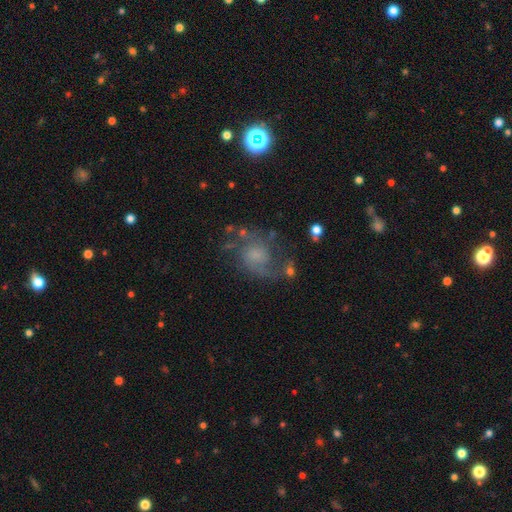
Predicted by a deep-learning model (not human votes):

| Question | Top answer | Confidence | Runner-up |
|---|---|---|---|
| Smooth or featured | featured or disk | 70% | smooth (18%) |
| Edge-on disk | no | 97% | yes (3%) |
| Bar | no | 66% | weak (29%) |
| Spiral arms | yes | 90% | no (10%) |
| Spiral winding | medium | 49% | loose (32%) |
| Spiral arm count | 2 | 79% | can't tell (10%) |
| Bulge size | small | 32% | moderate (28%) |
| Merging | none | 63% | minor disturbance (19%) |